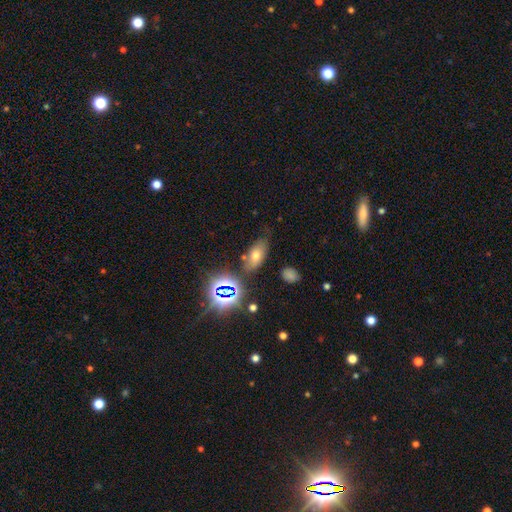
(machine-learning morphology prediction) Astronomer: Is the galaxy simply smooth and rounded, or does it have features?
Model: smooth — 58%.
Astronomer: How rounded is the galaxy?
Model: in between — 87%.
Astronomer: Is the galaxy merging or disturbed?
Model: none — 71%.